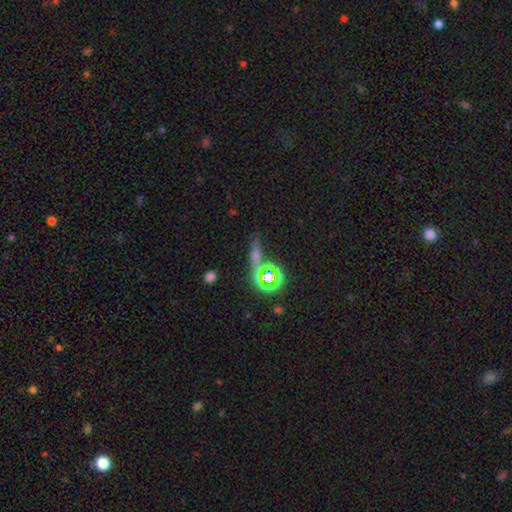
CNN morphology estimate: This appears to be a star or artifact, not a galaxy (46%).